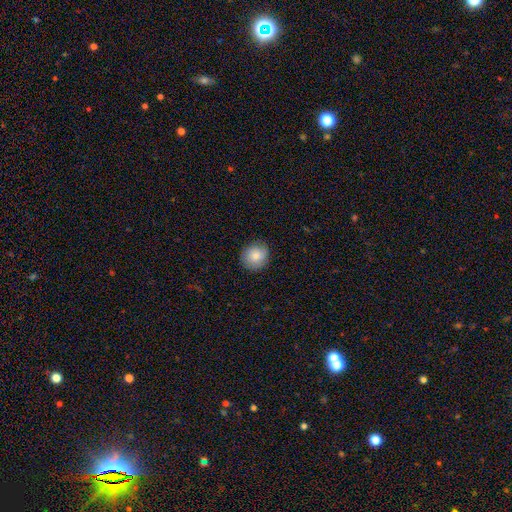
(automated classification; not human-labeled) smooth-or-featured: smooth: 79% | featured or disk: 13% | star or artifact: 8%
  how-rounded: round: 82% | in between: 17% | cigar-shaped: 1%
  merging: none: 83% | minor disturbance: 13% | major disturbance: 3% | merger: 1%